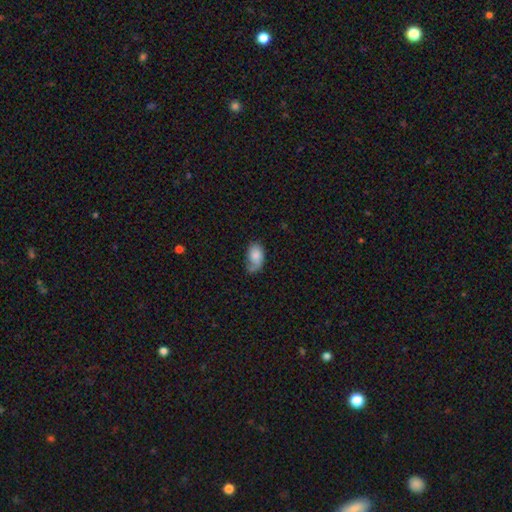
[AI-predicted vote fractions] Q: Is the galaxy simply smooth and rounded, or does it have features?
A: smooth — 72%.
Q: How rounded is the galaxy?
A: in between — 91%.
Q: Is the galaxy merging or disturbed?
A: none — 44%.